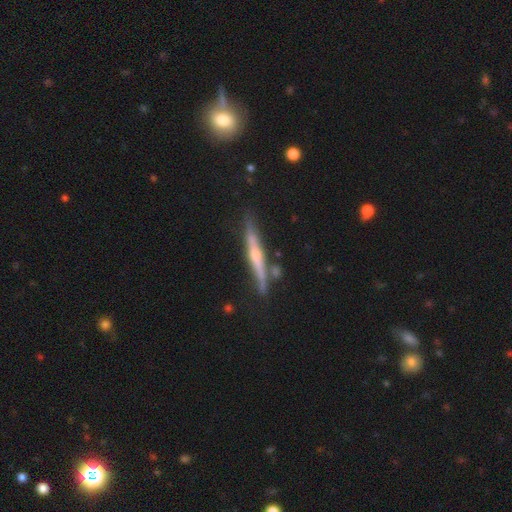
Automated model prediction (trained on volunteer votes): smooth_or_featured: featured or disk (p=0.73) [alt: smooth p=0.19]
disk_edge_on: yes (p=0.95) [alt: no p=0.05]
edge_on_bulge: rounded (p=0.73) [alt: none p=0.21]
merging: none (p=0.78) [alt: minor disturbance p=0.15]